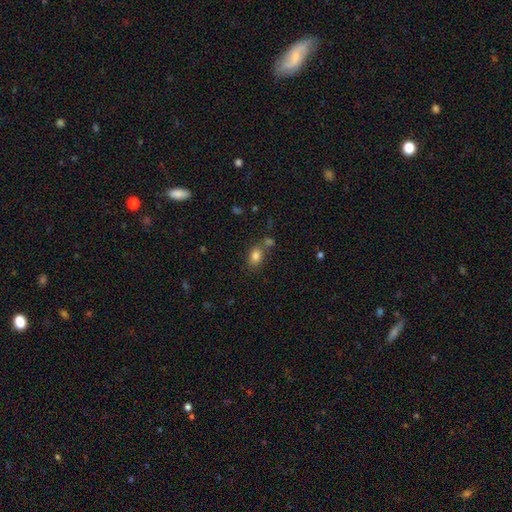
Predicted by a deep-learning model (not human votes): This appears to be a smooth galaxy with no disk features (82%) that is in between round and cigar-shaped (76%). Merging: none (61%).